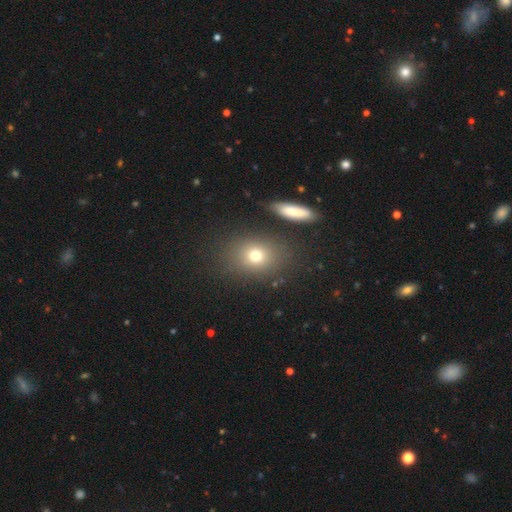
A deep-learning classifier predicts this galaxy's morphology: A smooth galaxy with no disk features (74%) that is round (53%). Merging: none (79%).